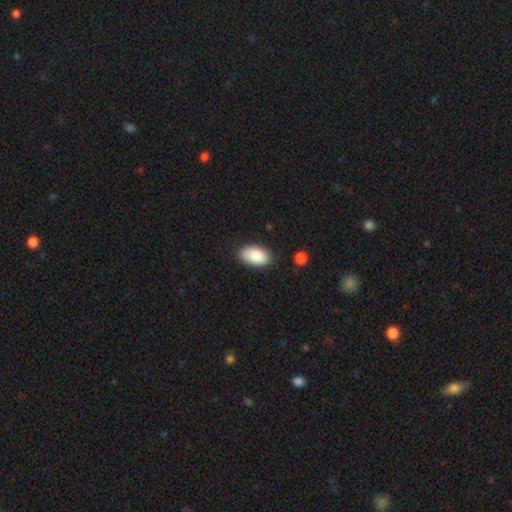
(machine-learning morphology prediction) type=smooth (87%); roundness=in between (93%); merging=none (82%).